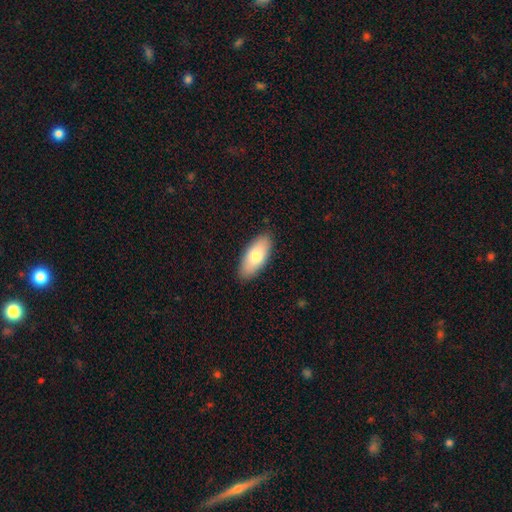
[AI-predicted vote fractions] smooth-or-featured: smooth: 77% | featured or disk: 18% | star or artifact: 6%
  how-rounded: in between: 87% | cigar-shaped: 11% | round: 2%
  merging: none: 87% | minor disturbance: 10% | major disturbance: 2% | merger: 1%